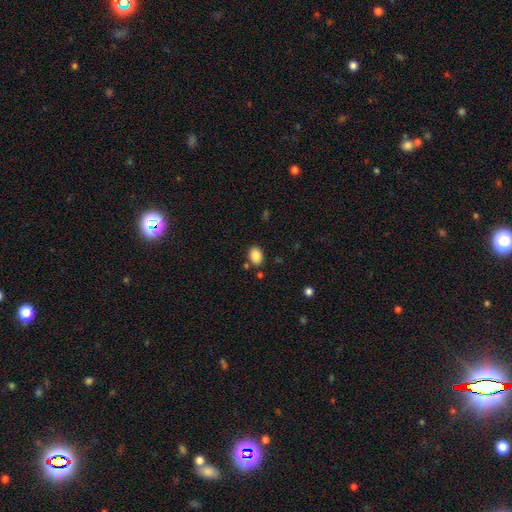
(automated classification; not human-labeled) Q: Smooth or featured?
A: smooth (87%); runner-up: star or artifact (9%)
Q: How rounded?
A: in between (76%); runner-up: round (23%)
Q: Merging?
A: none (80%); runner-up: minor disturbance (12%)